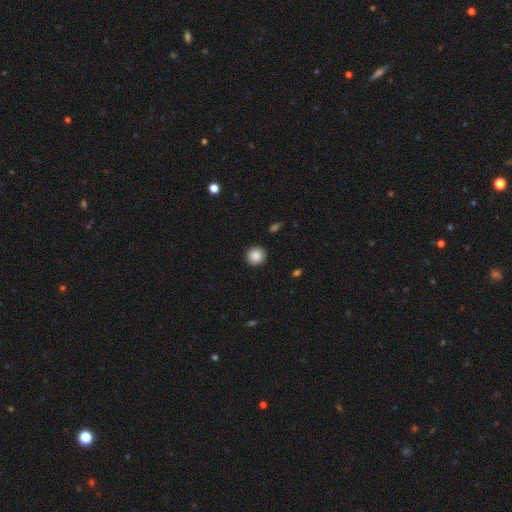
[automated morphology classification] smooth 88%, star or artifact 9%, featured or disk 3%. Down the decision tree: how rounded — round (94%); merging — none (91%).